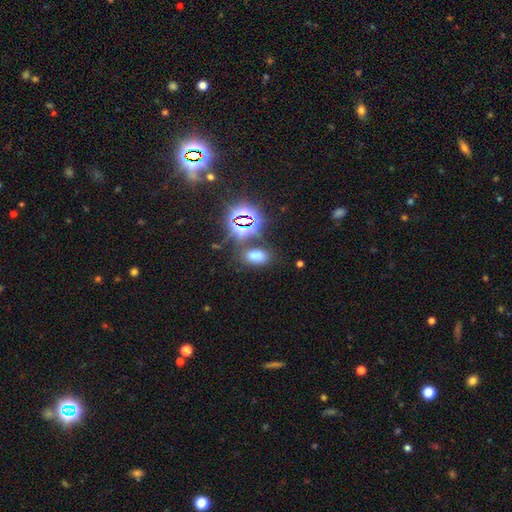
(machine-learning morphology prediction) This is possibly a smooth galaxy (59%). How rounded: clearly in between (86%). Merging: likely none (68%).